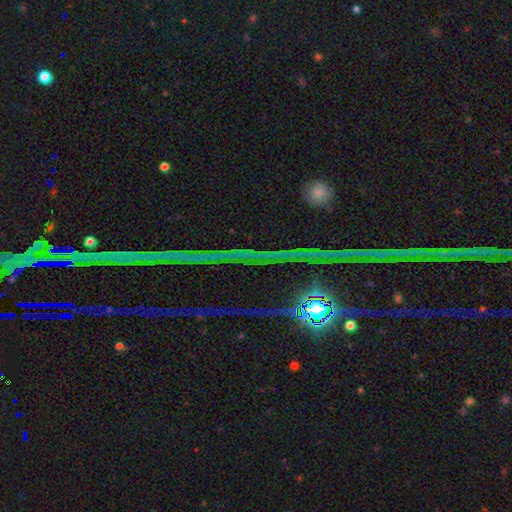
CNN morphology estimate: star or artifact 85%, featured or disk 8%, smooth 7%.